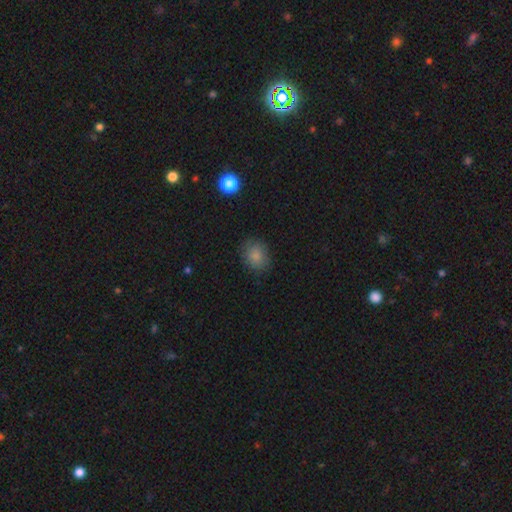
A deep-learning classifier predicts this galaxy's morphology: Smooth or featured? Predicted: smooth (p=0.84). How rounded? Predicted: round (p=0.55). Merging? Predicted: none (p=0.82).